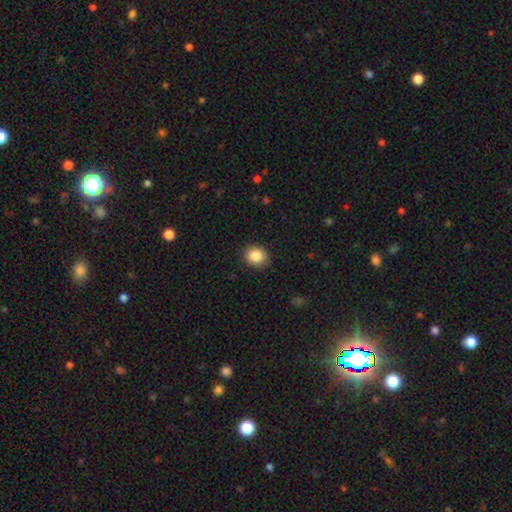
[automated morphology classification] smooth 87%, star or artifact 9%, featured or disk 4%. Down the decision tree: how rounded — round (70%); merging — none (89%).